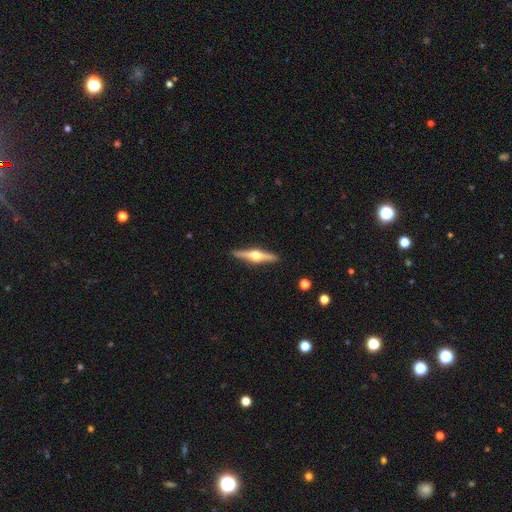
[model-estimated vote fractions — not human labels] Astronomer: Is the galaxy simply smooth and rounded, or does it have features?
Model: featured or disk — 79%.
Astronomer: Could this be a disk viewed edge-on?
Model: yes — 98%.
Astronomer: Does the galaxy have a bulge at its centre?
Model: rounded — 96%.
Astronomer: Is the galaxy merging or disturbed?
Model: none — 91%.